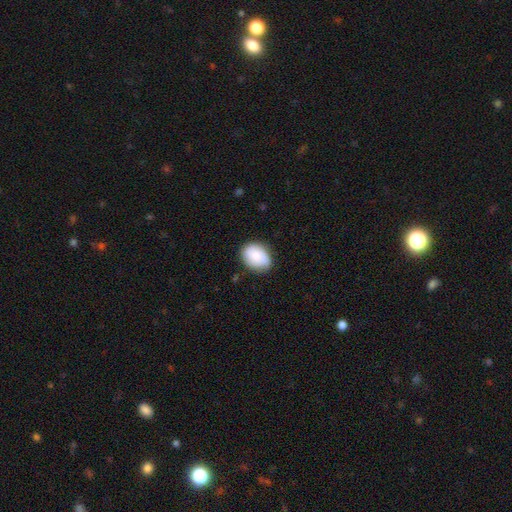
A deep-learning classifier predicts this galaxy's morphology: Smooth or featured?
  - smooth: 81% *
  - featured or disk: 12%
  - star or artifact: 7%
How rounded?
  - in between: 67% *
  - round: 32%
  - cigar-shaped: 1%
Merging?
  - none: 75% *
  - minor disturbance: 20%
  - major disturbance: 4%
  - merger: 1%